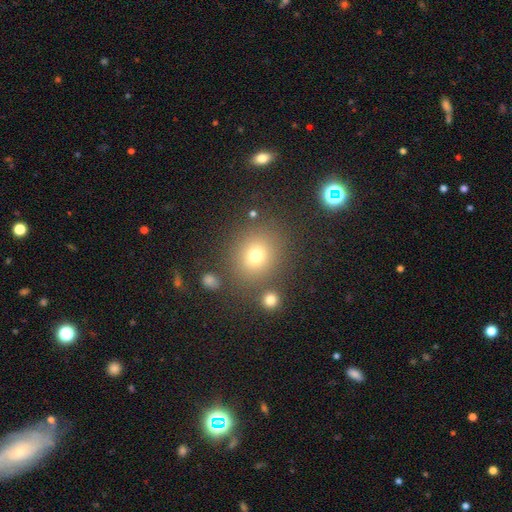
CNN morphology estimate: Smooth or featured?
  - smooth: 72% *
  - star or artifact: 17%
  - featured or disk: 10%
How rounded?
  - round: 78% *
  - in between: 20%
  - cigar-shaped: 1%
Merging?
  - none: 79% *
  - minor disturbance: 10%
  - merger: 7%
  - major disturbance: 4%